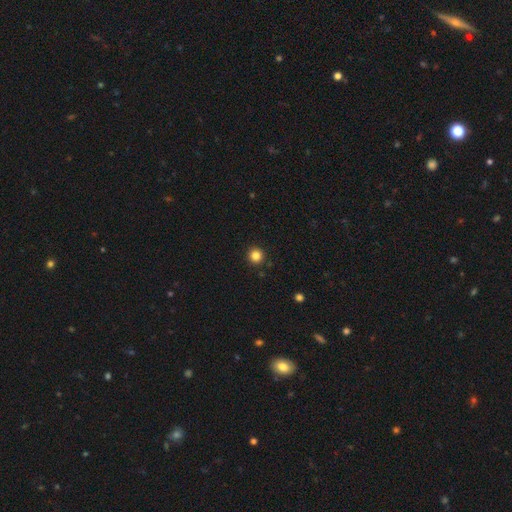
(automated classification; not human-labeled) Smooth or featured?
  - smooth: 84% *
  - star or artifact: 12%
  - featured or disk: 4%
How rounded?
  - round: 95% *
  - in between: 4%
  - cigar-shaped: 1%
Merging?
  - none: 92% *
  - minor disturbance: 5%
  - major disturbance: 2%
  - merger: 1%